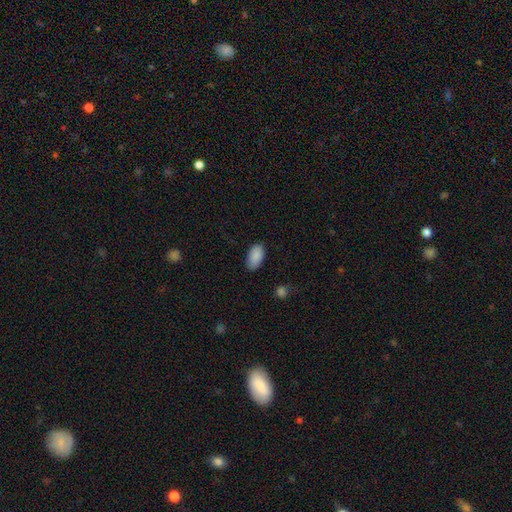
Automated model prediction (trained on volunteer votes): smooth-or-featured: smooth: 89% | star or artifact: 7% | featured or disk: 4%
  how-rounded: in between: 95% | round: 3% | cigar-shaped: 3%
  merging: none: 81% | minor disturbance: 15% | major disturbance: 3% | merger: 1%